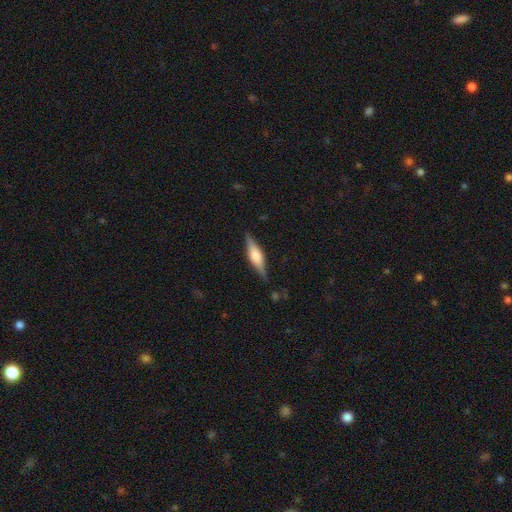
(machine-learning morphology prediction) featured or disk 61%, smooth 33%, star or artifact 7%. Down the decision tree: edge-on disk — yes (96%); edge-on bulge — rounded (72%); merging — none (85%).